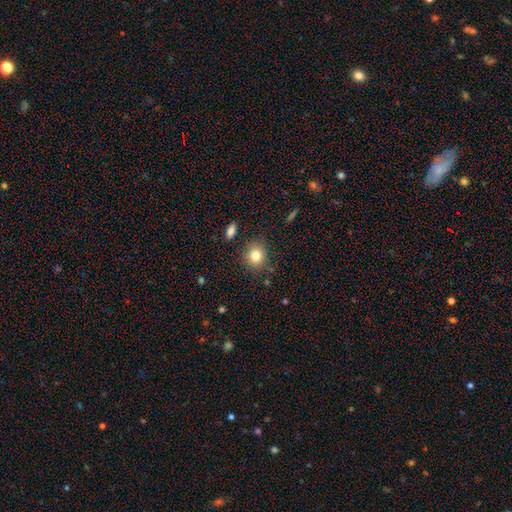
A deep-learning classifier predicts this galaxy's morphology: Smooth or featured?
  - smooth: 82% *
  - star or artifact: 10%
  - featured or disk: 8%
How rounded?
  - round: 78% *
  - in between: 21%
  - cigar-shaped: 1%
Merging?
  - none: 83% *
  - minor disturbance: 12%
  - major disturbance: 3%
  - merger: 3%